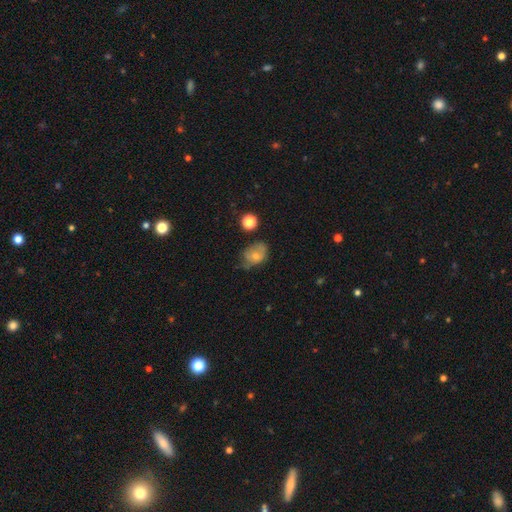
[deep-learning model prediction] smooth-or-featured: smooth: 66% | featured or disk: 24% | star or artifact: 10%
  how-rounded: in between: 68% | round: 31% | cigar-shaped: 1%
  merging: none: 44% | minor disturbance: 37% | major disturbance: 15% | merger: 4%